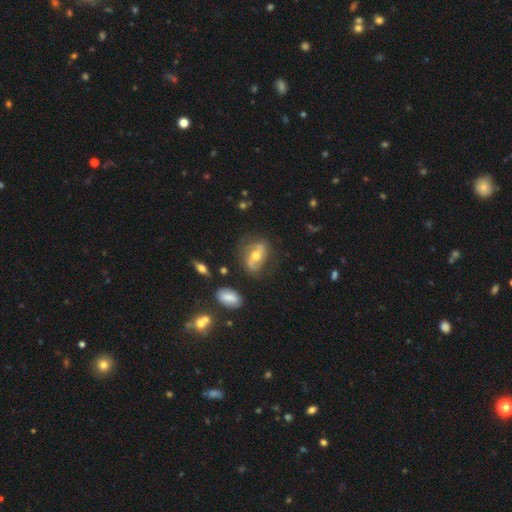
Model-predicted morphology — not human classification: This is likely a featured or disk galaxy (69%). It is clearly not viewed edge-on (93%). Bar: marginally no (39%). Spiral arm pattern: clearly yes (82%). Spiral arm count: clearly 2 (85%). Spiral winding: possibly loose (47%). Central bulge: likely moderate (72%). Merging: likely none (68%).